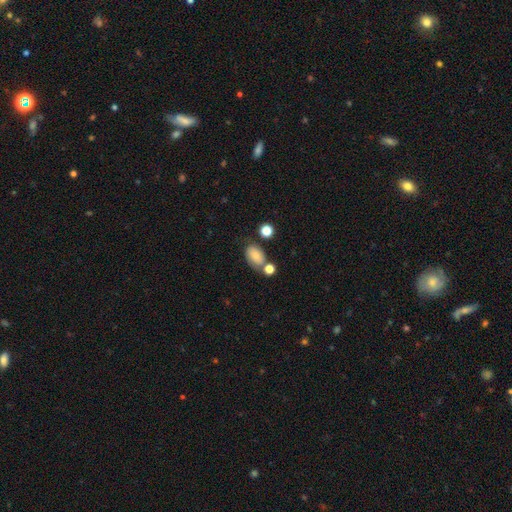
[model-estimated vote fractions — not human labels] Smooth or featured?
  - smooth: 70% *
  - featured or disk: 20%
  - star or artifact: 10%
How rounded?
  - in between: 81% *
  - round: 17%
  - cigar-shaped: 1%
Merging?
  - none: 54% *
  - minor disturbance: 21%
  - merger: 17%
  - major disturbance: 8%